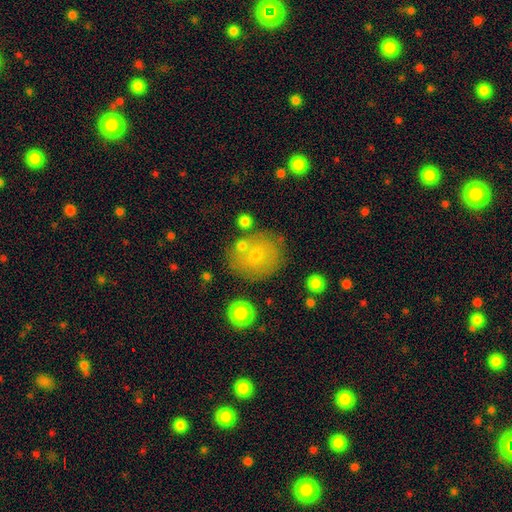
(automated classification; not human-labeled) smooth 60%, featured or disk 26%, star or artifact 14%. Down the decision tree: how rounded — round (69%); merging — none (73%).